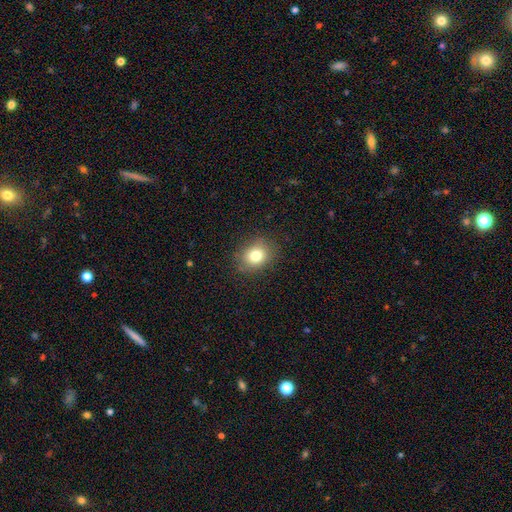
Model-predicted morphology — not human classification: The model was most divided on "how rounded": round: 57%, in between: 42%, cigar-shaped: 1%. More confident: merging — none (84%); smooth or featured — smooth (78%).